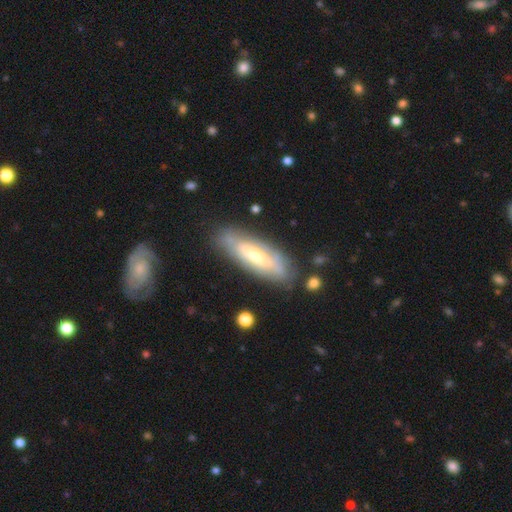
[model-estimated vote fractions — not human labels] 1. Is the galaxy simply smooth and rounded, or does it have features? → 55% featured or disk, 39% smooth, 6% star or artifact.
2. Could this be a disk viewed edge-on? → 63% no, 37% yes.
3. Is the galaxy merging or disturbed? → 76% none, 16% minor disturbance, 5% major disturbance, 3% merger.